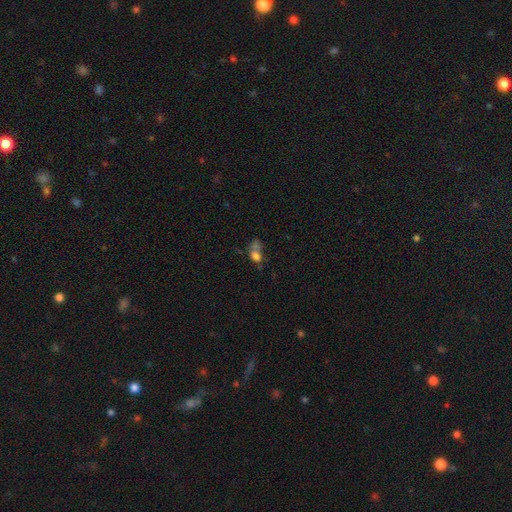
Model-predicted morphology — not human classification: Smooth or featured?
  - smooth: 66% *
  - featured or disk: 19%
  - star or artifact: 16%
How rounded?
  - in between: 63% *
  - round: 34%
  - cigar-shaped: 3%
Merging?
  - merger: 49% *
  - none: 22%
  - major disturbance: 17%
  - minor disturbance: 12%